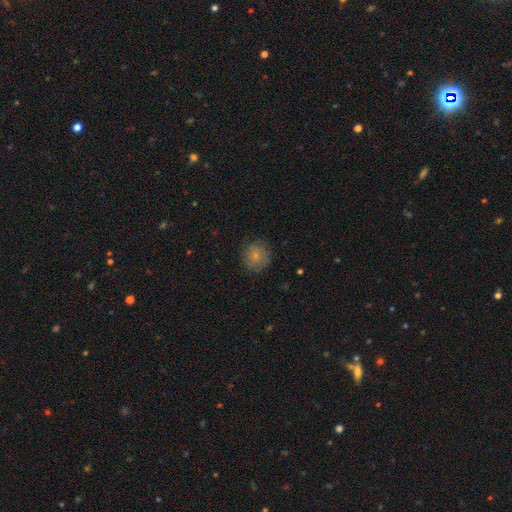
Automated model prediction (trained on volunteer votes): Overall: smooth (79%). How rounded: round (87%). Merging: none (80%).